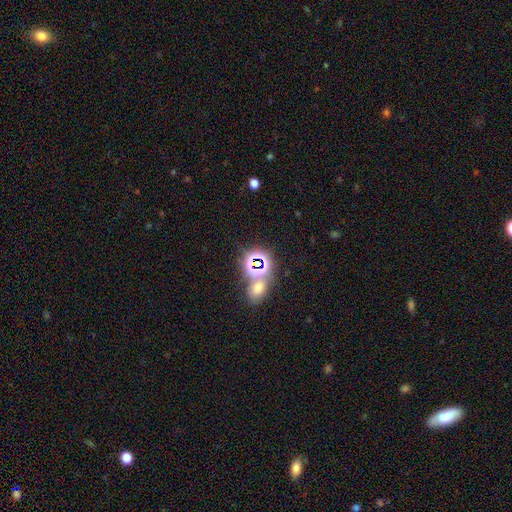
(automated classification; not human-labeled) Smooth or featured? star or artifact (66%)